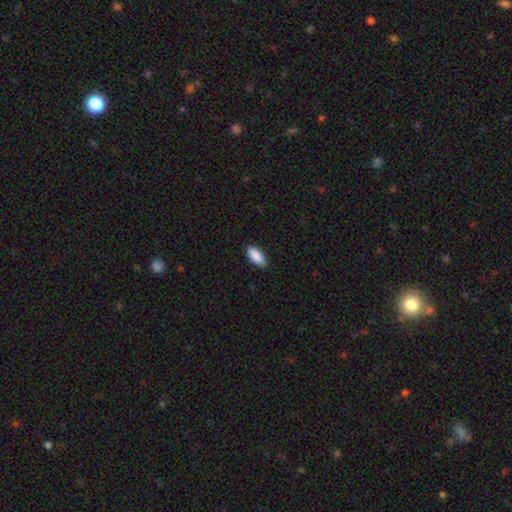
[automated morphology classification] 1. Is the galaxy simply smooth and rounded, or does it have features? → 90% smooth, 6% star or artifact, 4% featured or disk.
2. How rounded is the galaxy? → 90% in between, 8% cigar-shaped, 2% round.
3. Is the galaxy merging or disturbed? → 83% none, 14% minor disturbance, 2% major disturbance, 1% merger.